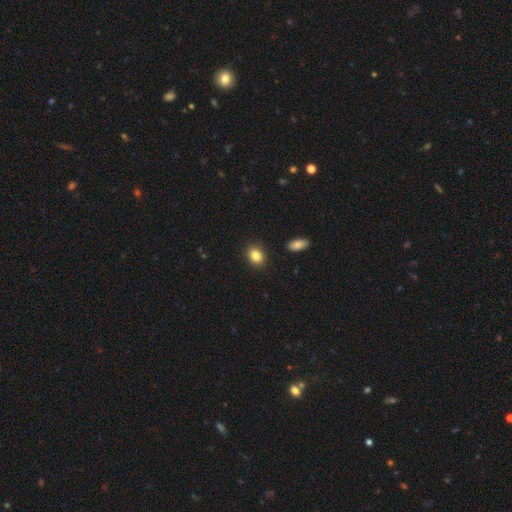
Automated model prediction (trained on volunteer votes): Overall: smooth (85%). How rounded: in between (53%; round 46%). Merging: none (89%).